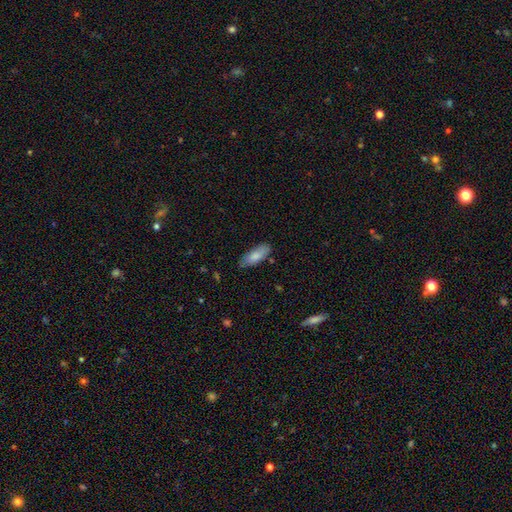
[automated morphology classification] Smooth or featured: smooth — 80% (featured or disk — 14%)
How rounded: in between — 72% (cigar-shaped — 26%)
Merging: none — 79% (minor disturbance — 17%)